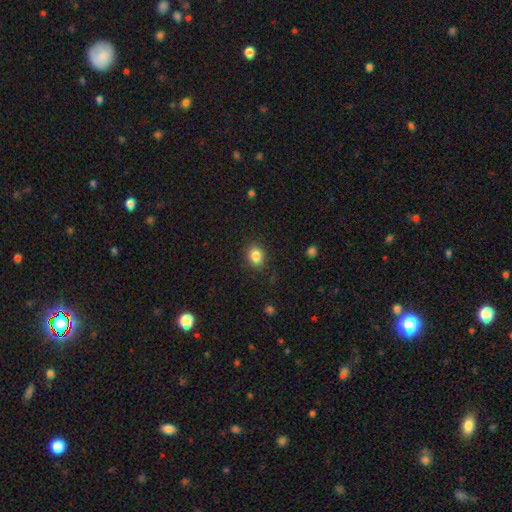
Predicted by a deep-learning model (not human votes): Morphology: type=smooth (85%); roundness=in between (55%); merging=none (87%).